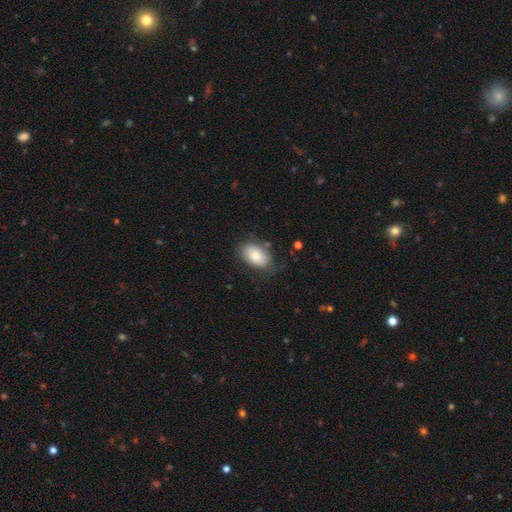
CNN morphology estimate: Smooth or featured: smooth — 81% (featured or disk — 12%)
How rounded: in between — 90% (round — 9%)
Merging: none — 76% (minor disturbance — 17%)